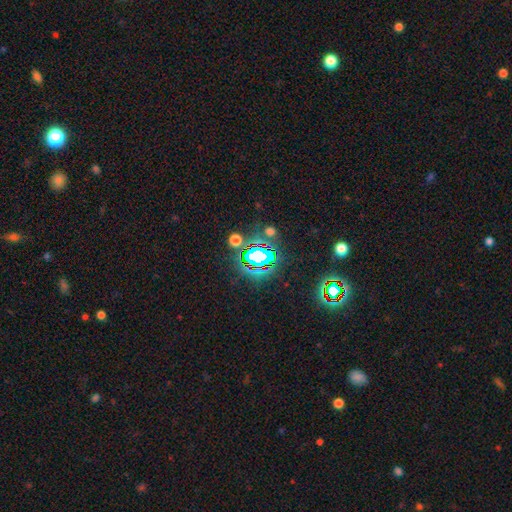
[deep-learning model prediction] The model was most divided on "smooth or featured": star or artifact: 80%, smooth: 12%, featured or disk: 8%.